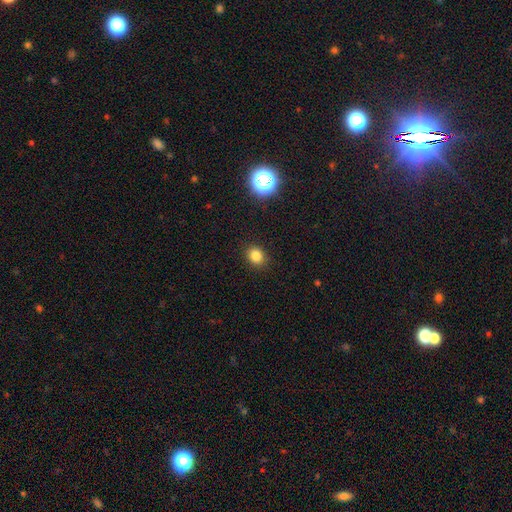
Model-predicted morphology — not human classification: Smooth or featured: smooth — 81% (star or artifact — 14%)
How rounded: round — 63% (in between — 36%)
Merging: none — 89% (minor disturbance — 8%)